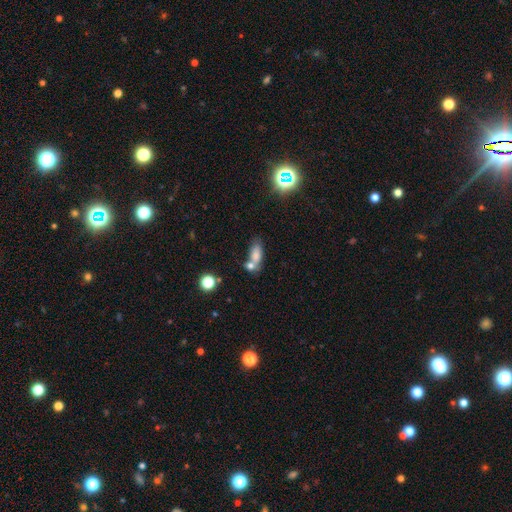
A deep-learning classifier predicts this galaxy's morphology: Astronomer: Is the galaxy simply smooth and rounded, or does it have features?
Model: smooth — 75%.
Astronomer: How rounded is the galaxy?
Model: in between — 78%.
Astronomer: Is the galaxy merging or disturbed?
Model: merger — 45% (runner-up: none, 35%).